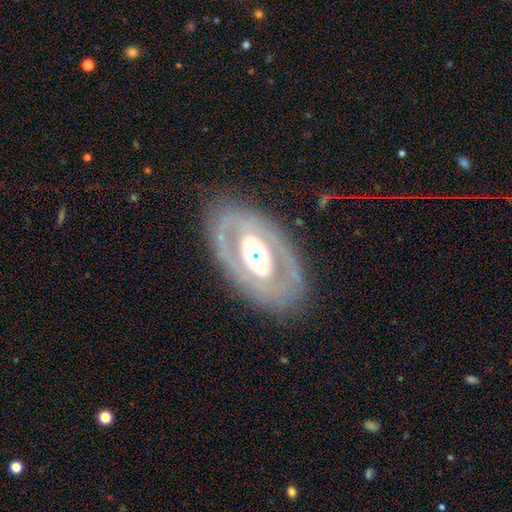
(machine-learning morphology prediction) smooth-or-featured: featured or disk: 71% | smooth: 23% | star or artifact: 6%
  disk-edge-on: no: 91% | yes: 9%
    bar: no: 69% | weak: 17% | strong: 14%
    has-spiral-arms: no: 75% | yes: 25%
    bulge-size: moderate: 47% | large: 35% | small: 10% | dominant: 7% | none: 2%
  merging: none: 79% | minor disturbance: 12% | major disturbance: 8% | merger: 2%